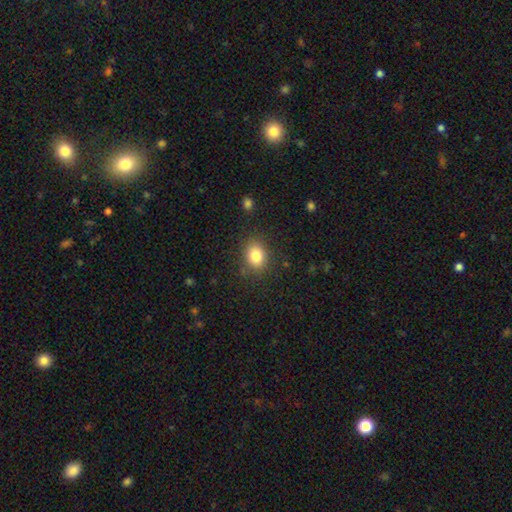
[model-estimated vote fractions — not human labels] Overall: smooth (83%). How rounded: in between (56%; round 43%). Merging: none (83%).